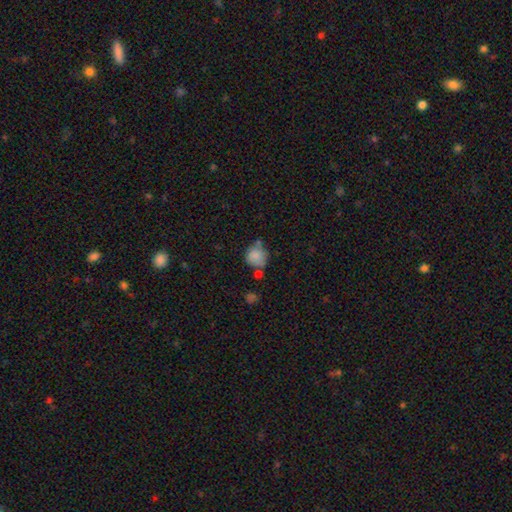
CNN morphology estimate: smooth 82%, star or artifact 9%, featured or disk 9%. Down the decision tree: how rounded — round (83%); merging — none (53%).